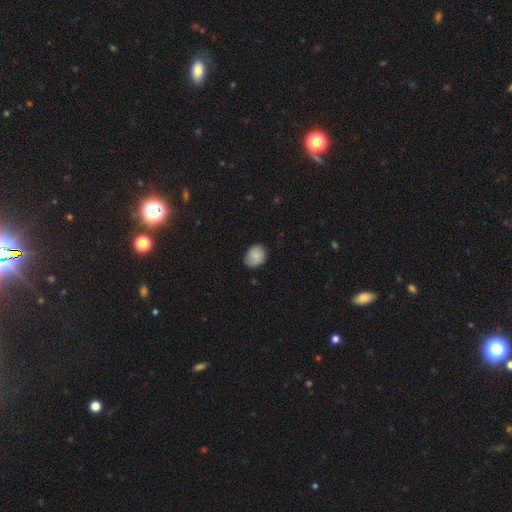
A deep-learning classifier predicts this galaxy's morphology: Smooth or featured? smooth (75%)
How rounded? round (55%)
Merging? none (73%)